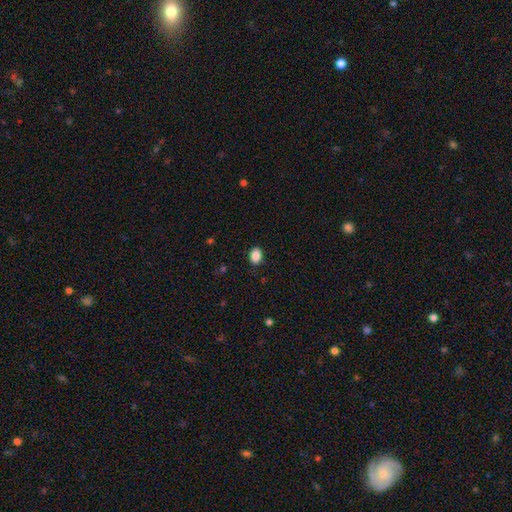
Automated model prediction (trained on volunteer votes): Overall: smooth (88%). How rounded: in between (72%). Merging: none (88%).